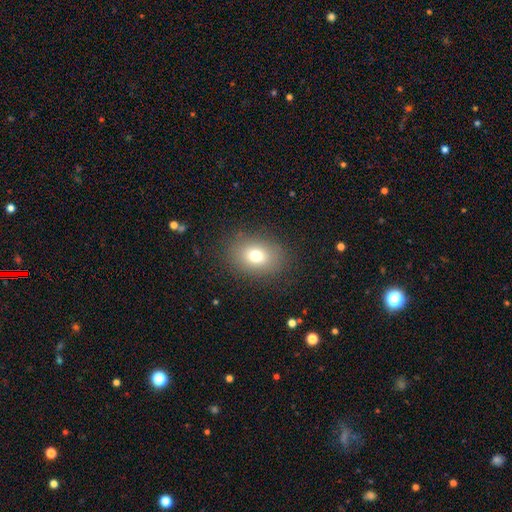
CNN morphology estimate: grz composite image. It shows a smooth galaxy with no disk features (75%) that is in between round and cigar-shaped (62%). Merging: none (85%).